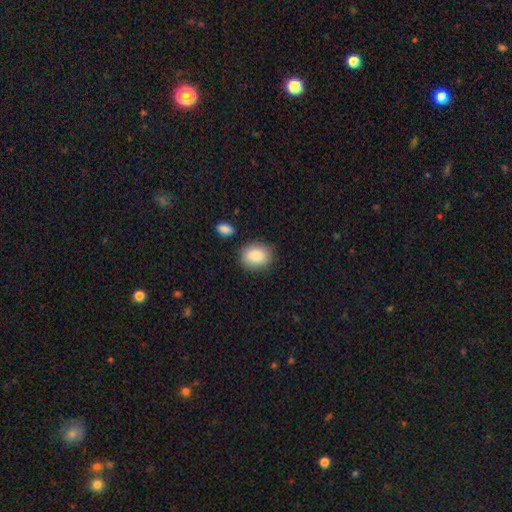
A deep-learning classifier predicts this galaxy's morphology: Smooth or featured? smooth (88%)
How rounded? in between (57%)
Merging? none (81%)